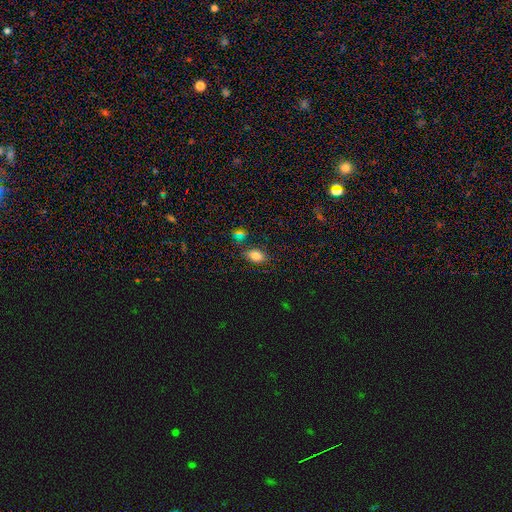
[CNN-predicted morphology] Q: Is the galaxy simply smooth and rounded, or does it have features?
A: smooth — 76%.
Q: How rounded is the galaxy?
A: in between — 82%.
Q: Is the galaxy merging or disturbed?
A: none — 75%.